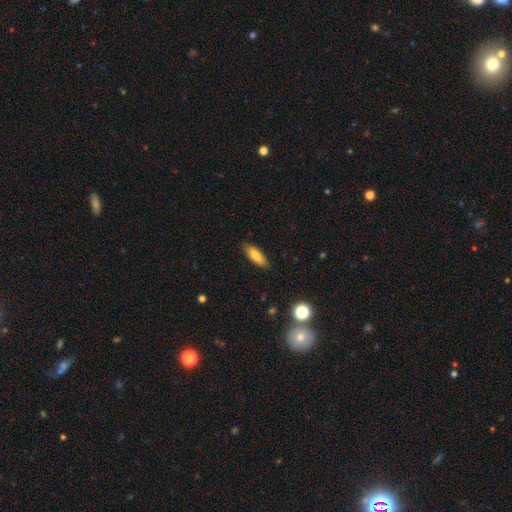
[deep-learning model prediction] Q: Smooth or featured?
A: smooth (82%); runner-up: featured or disk (11%)
Q: How rounded?
A: in between (56%); runner-up: cigar-shaped (42%)
Q: Merging?
A: none (86%); runner-up: minor disturbance (11%)